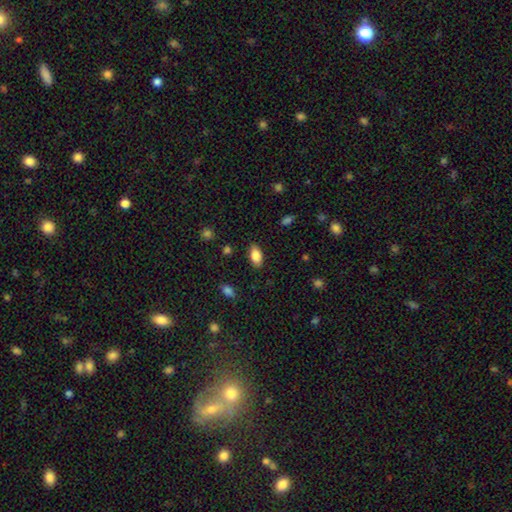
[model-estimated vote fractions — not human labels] Smooth or featured? smooth (85%)
How rounded? in between (92%)
Merging? none (86%)